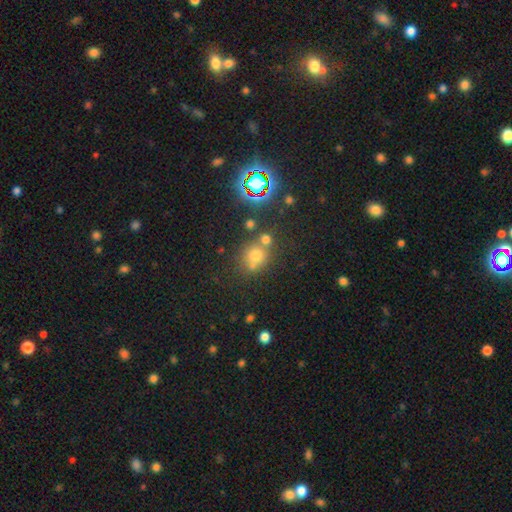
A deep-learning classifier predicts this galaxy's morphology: smooth_or_featured: smooth (p=0.60) [alt: star or artifact p=0.28]
how_rounded: round (p=0.81) [alt: in between p=0.18]
merging: none (p=0.59) [alt: merger p=0.24]